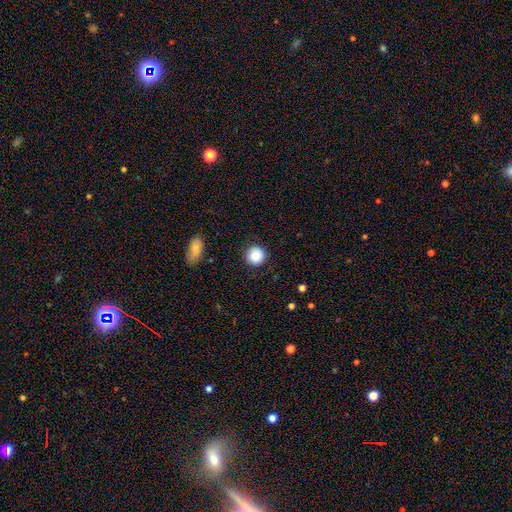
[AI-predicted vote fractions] This is clearly a smooth galaxy (87%). How rounded: clearly round (93%). Merging: clearly none (89%).